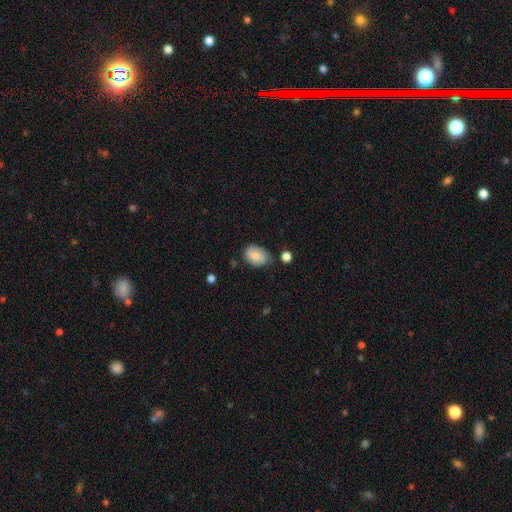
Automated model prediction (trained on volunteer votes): smooth 74%, featured or disk 18%, star or artifact 7%. Down the decision tree: how rounded — in between (80%); merging — none (67%).